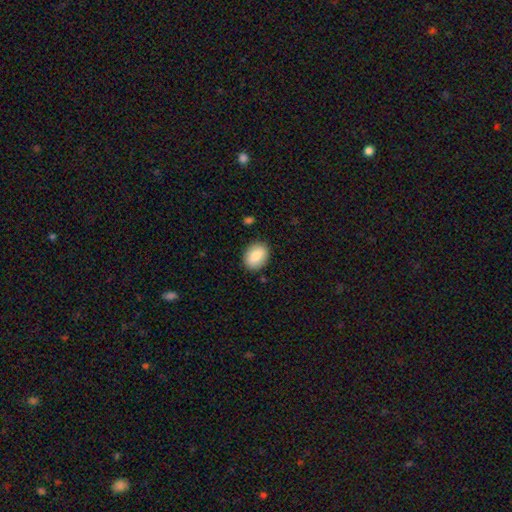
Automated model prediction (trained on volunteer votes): Smooth or featured?
  - smooth: 83% *
  - featured or disk: 10%
  - star or artifact: 7%
How rounded?
  - in between: 65% *
  - round: 34%
  - cigar-shaped: 1%
Merging?
  - none: 86% *
  - minor disturbance: 10%
  - major disturbance: 2%
  - merger: 1%